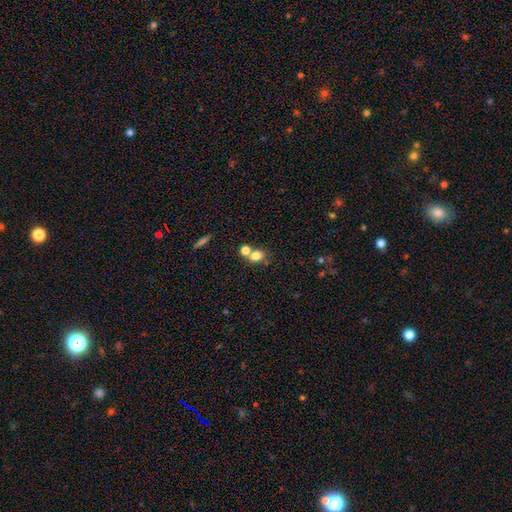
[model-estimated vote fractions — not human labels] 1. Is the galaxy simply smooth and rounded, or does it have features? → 77% smooth, 12% star or artifact, 11% featured or disk.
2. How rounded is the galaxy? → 62% round, 36% in between, 2% cigar-shaped.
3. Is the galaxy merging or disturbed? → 45% none, 43% merger, 8% minor disturbance, 4% major disturbance.